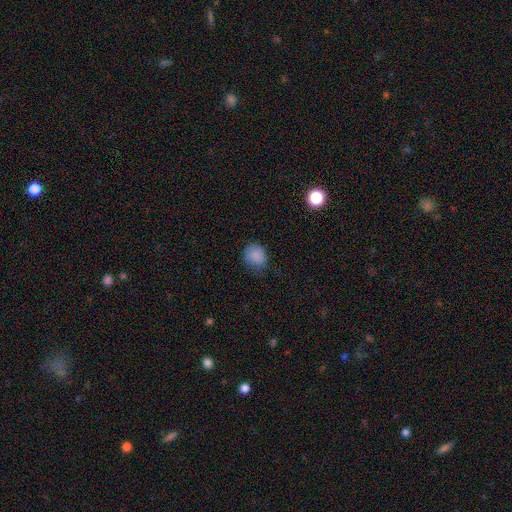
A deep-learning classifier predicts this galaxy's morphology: Q: Smooth or featured?
A: smooth (87%); runner-up: star or artifact (9%)
Q: How rounded?
A: round (62%); runner-up: in between (37%)
Q: Merging?
A: none (67%); runner-up: minor disturbance (26%)